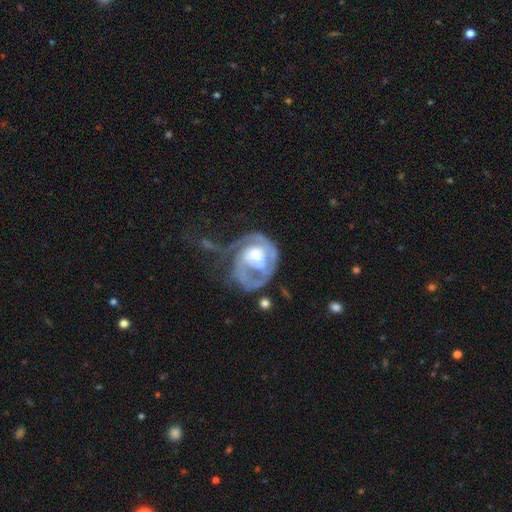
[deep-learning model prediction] Smooth or featured?
  - featured or disk: 79% *
  - smooth: 16%
  - star or artifact: 6%
Edge-on disk?
  - no: 98% *
  - yes: 2%
Bar?
  - no: 56% *
  - weak: 34%
  - strong: 10%
Spiral arms?
  - yes: 80% *
  - no: 20%
Spiral winding?
  - tight: 47% *
  - medium: 35%
  - loose: 18%
Spiral arm count?
  - 2: 30% *
  - 1: 29%
  - can't tell: 27%
  - 3: 8%
  - 4: 3%
  - more than 4: 3%
Bulge size?
  - moderate: 60% *
  - large: 21%
  - small: 15%
  - none: 2%
  - dominant: 2%
Merging?
  - major disturbance: 48% *
  - none: 26%
  - minor disturbance: 20%
  - merger: 7%